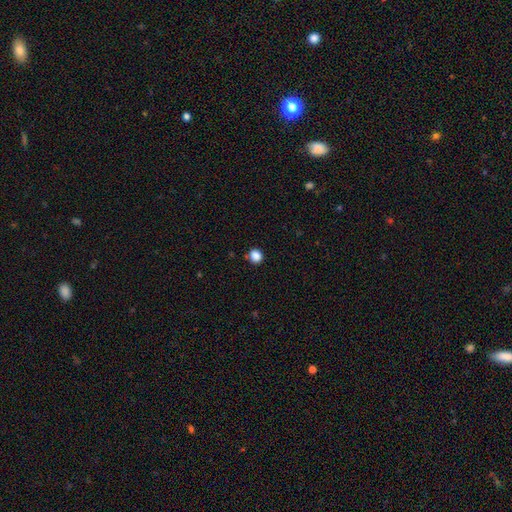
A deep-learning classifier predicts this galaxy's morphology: Smooth or featured: smooth — 86% (star or artifact — 11%)
How rounded: round — 80% (in between — 20%)
Merging: none — 83% (minor disturbance — 11%)